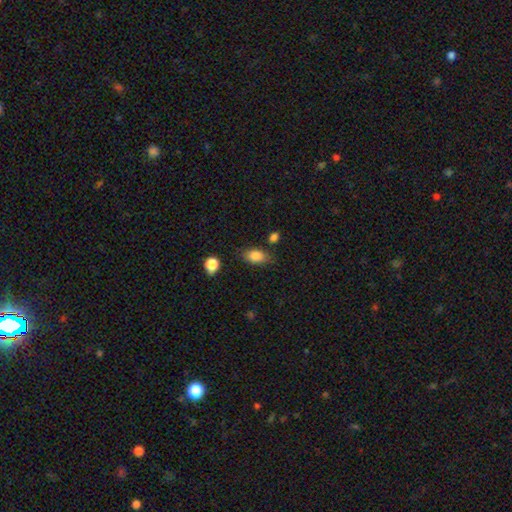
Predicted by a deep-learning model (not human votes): Smooth or featured: smooth — 85% (star or artifact — 8%)
How rounded: in between — 86% (round — 11%)
Merging: none — 73% (minor disturbance — 19%)